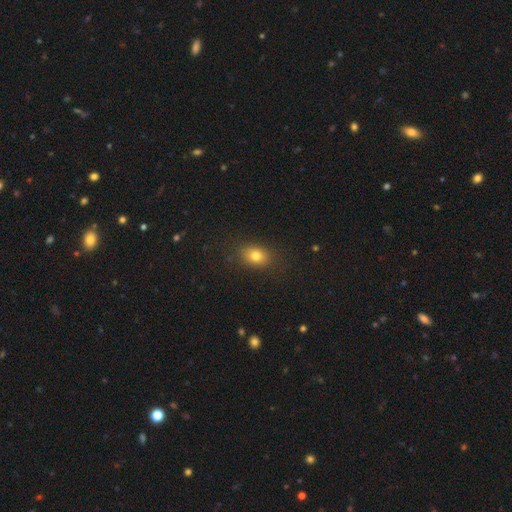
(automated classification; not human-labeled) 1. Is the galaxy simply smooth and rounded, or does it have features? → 79% smooth, 12% star or artifact, 9% featured or disk.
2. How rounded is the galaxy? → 70% in between, 28% round, 2% cigar-shaped.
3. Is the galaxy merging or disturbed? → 84% none, 11% minor disturbance, 4% major disturbance, 1% merger.